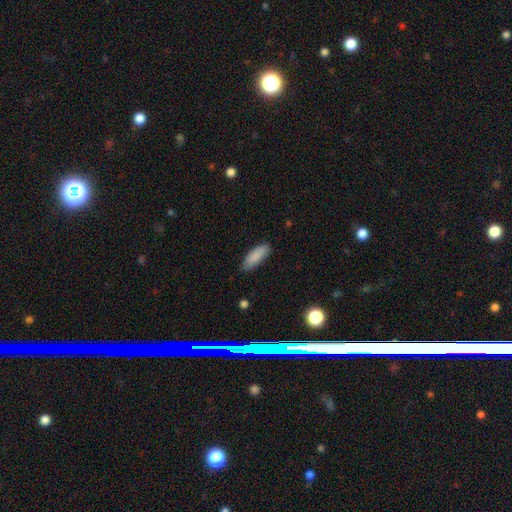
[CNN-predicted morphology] smooth 87%, featured or disk 7%, star or artifact 6%. Down the decision tree: how rounded — in between (64%); merging — none (82%).